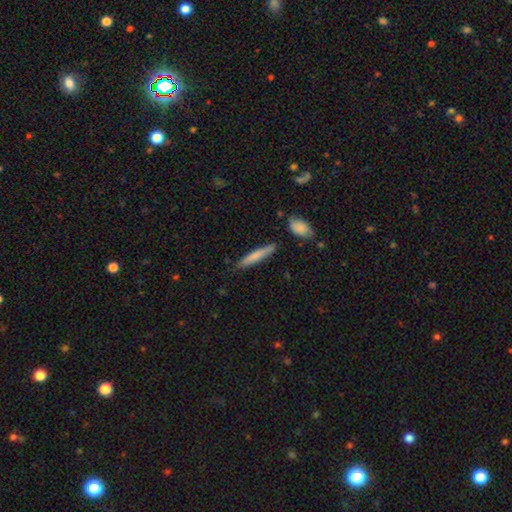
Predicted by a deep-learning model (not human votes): Smooth or featured? Predicted: smooth (p=0.73). How rounded? Predicted: cigar-shaped (p=0.91). Merging? Predicted: none (p=0.82).